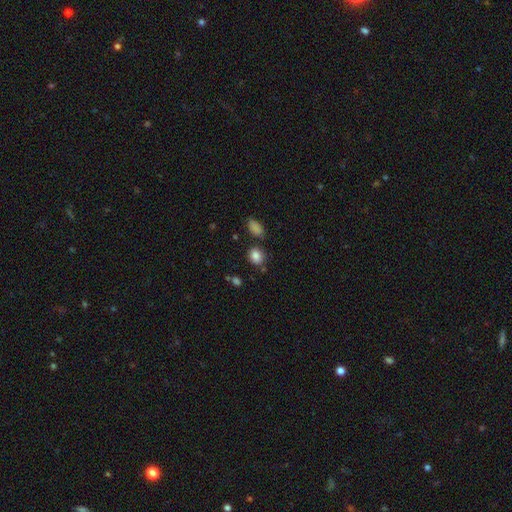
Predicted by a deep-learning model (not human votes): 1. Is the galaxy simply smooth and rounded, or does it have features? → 85% smooth, 10% star or artifact, 5% featured or disk.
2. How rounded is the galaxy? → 63% round, 36% in between, 1% cigar-shaped.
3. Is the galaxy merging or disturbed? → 74% none, 14% minor disturbance, 8% merger, 4% major disturbance.